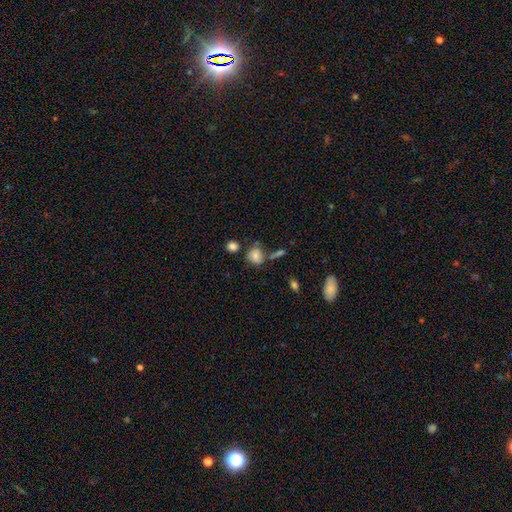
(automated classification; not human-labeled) Overall: smooth (76%). How rounded: round (74%). Merging: none (58%; minor disturbance 19%).